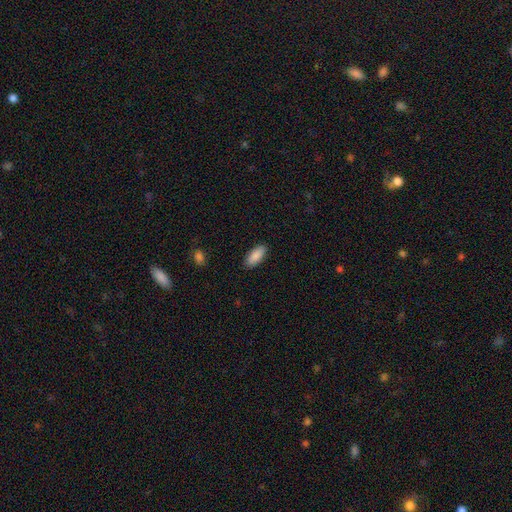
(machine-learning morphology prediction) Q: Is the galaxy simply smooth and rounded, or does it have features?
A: smooth — 89%.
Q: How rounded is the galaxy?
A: in between — 82%.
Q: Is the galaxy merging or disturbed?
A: none — 89%.